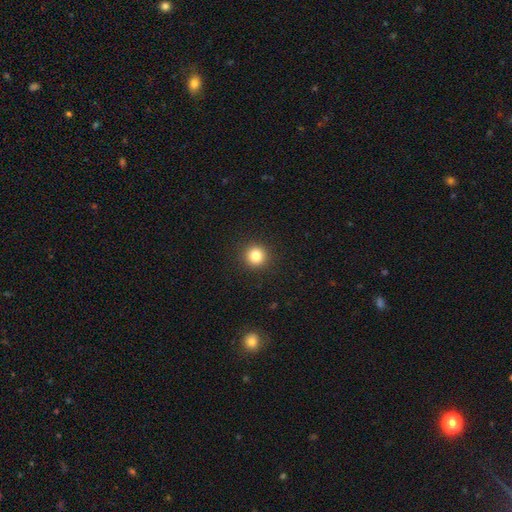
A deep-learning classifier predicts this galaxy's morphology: Smooth or featured: smooth — 84% (star or artifact — 11%)
How rounded: round — 94% (in between — 5%)
Merging: none — 92% (minor disturbance — 5%)